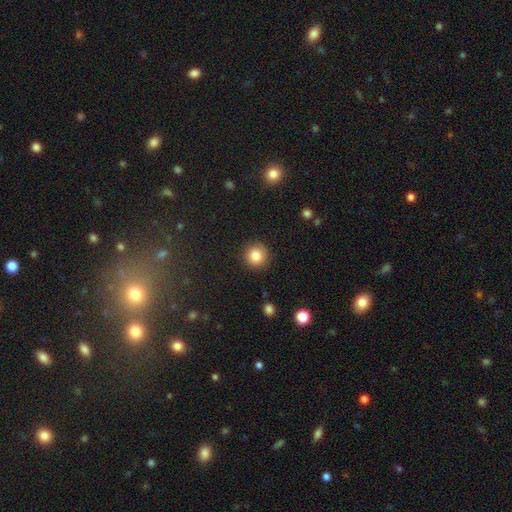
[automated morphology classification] Overall: smooth (84%). How rounded: round (94%). Merging: none (91%).